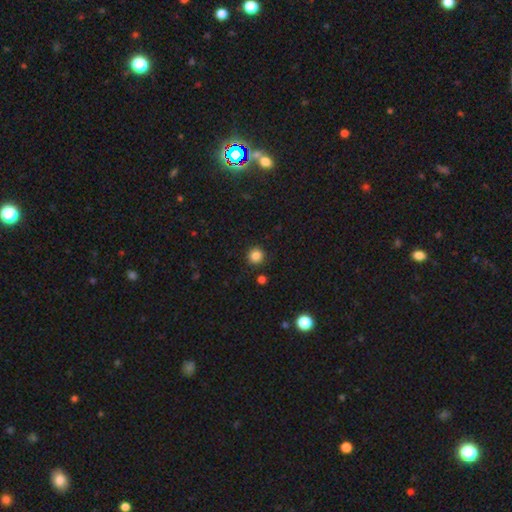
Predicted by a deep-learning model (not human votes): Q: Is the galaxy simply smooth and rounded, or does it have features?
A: smooth — 84%.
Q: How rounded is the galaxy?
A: round — 94%.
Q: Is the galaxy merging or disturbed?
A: none — 90%.